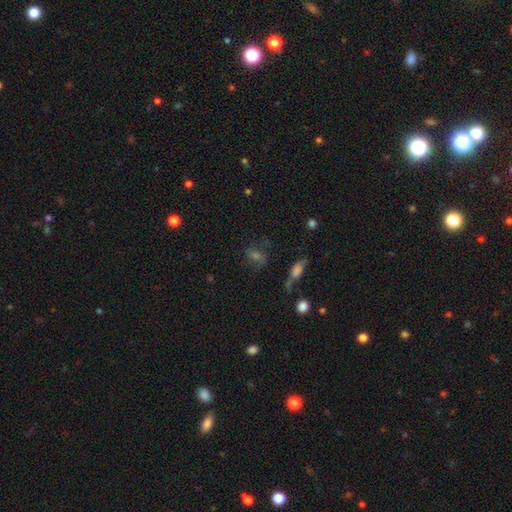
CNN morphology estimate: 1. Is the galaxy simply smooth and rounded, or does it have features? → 36% featured or disk, 35% smooth, 29% star or artifact.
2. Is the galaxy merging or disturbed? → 64% none, 18% minor disturbance, 13% major disturbance, 5% merger.